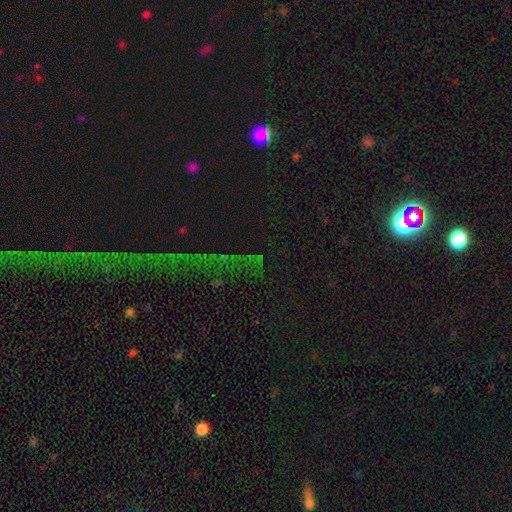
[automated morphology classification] Overall: star or artifact (76%).